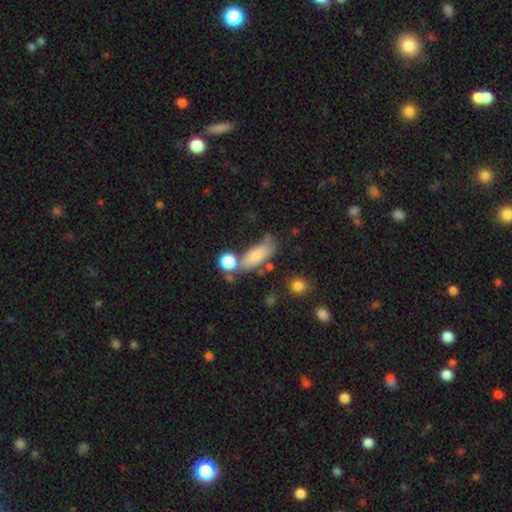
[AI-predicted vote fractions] Smooth or featured? smooth (78%)
How rounded? in between (74%)
Merging? none (57%)